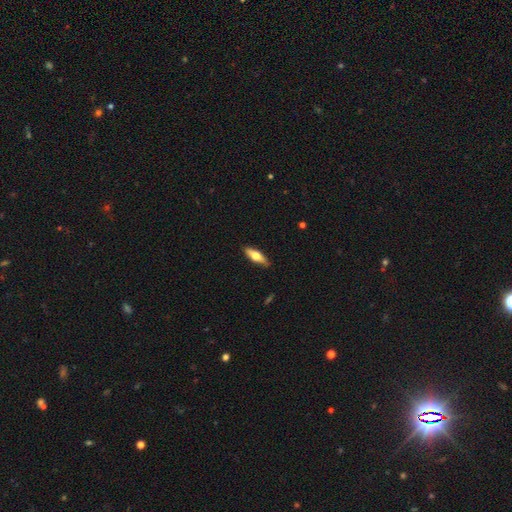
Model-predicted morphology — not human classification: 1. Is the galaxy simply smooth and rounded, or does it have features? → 57% smooth, 37% featured or disk, 5% star or artifact.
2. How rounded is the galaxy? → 52% in between, 46% cigar-shaped, 2% round.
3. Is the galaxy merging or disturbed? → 87% none, 10% minor disturbance, 2% major disturbance, 1% merger.